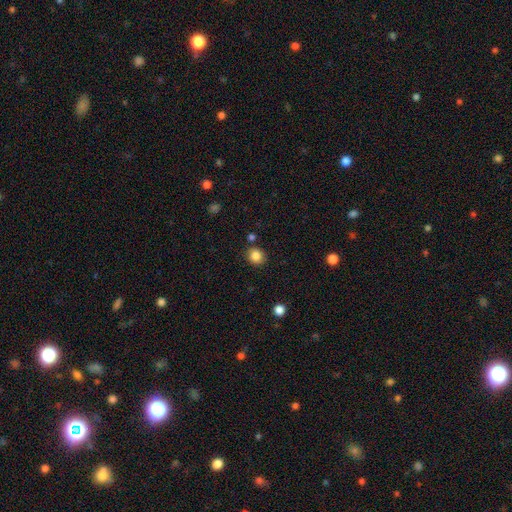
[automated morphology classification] This appears to be a smooth galaxy with no disk features (85%) that is round (78%). Merging: none (84%).